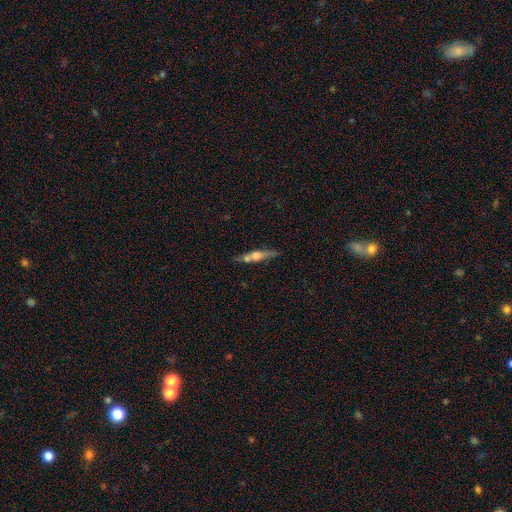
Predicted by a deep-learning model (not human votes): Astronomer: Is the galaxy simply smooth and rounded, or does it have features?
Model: featured or disk — 62%.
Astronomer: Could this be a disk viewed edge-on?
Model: yes — 93%.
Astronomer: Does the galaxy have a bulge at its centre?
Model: rounded — 86%.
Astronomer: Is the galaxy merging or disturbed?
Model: none — 69%.